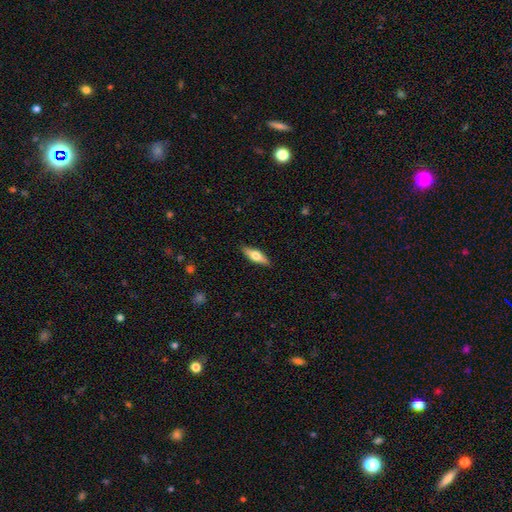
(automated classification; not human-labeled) Smooth or featured: smooth — 52% (featured or disk — 42%)
How rounded: cigar-shaped — 52% (in between — 46%)
Merging: none — 88% (minor disturbance — 9%)